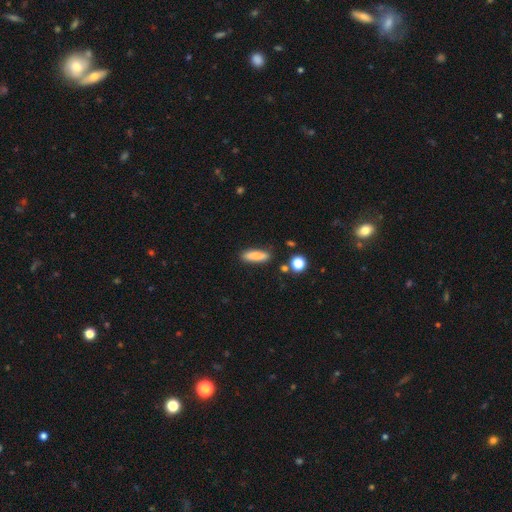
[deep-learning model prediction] This appears to be a smooth galaxy with no disk features (81%) that is cigar-shaped (60%). Merging: none (83%).